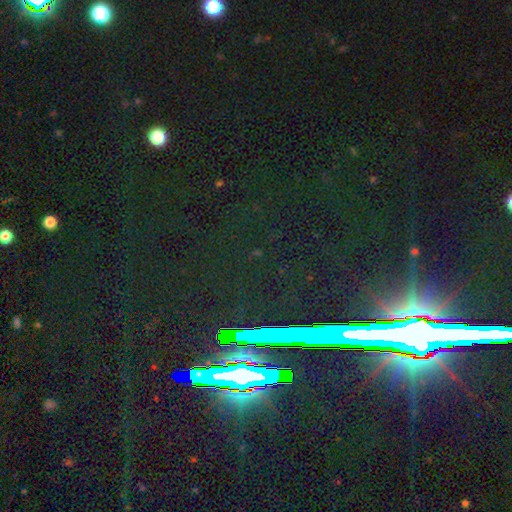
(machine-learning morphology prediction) A star or artifact, not a galaxy (83%).

Vote fractions:
- Smooth or featured? star or artifact: 83% / smooth: 9% / featured or disk: 8%